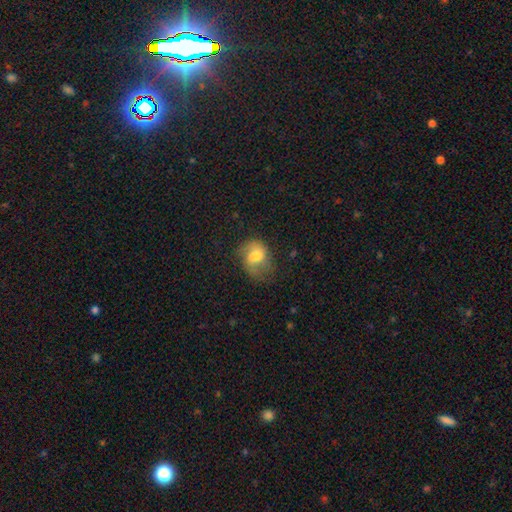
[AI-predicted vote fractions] smooth_or_featured: smooth (p=0.54) [alt: featured or disk p=0.37]
how_rounded: in between (p=0.54) [alt: round p=0.44]
merging: none (p=0.45) [alt: minor disturbance p=0.29]